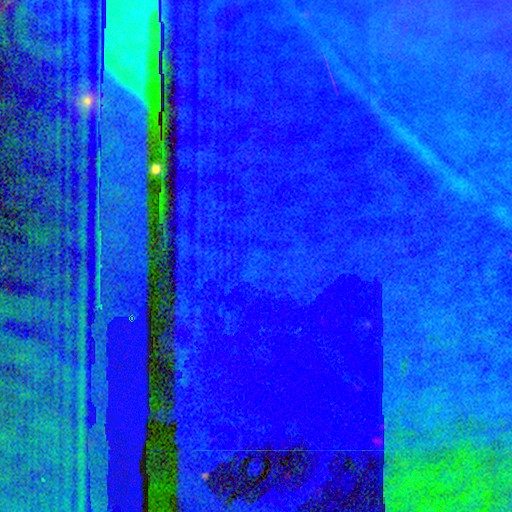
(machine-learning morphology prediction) Smooth or featured? star or artifact (87%)